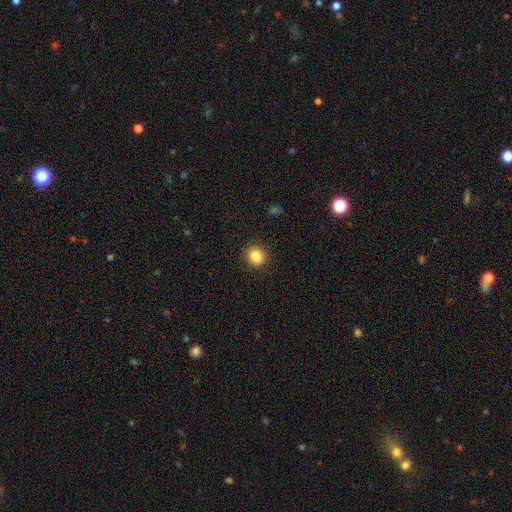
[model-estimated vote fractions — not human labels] smooth_or_featured: smooth (p=0.84) [alt: star or artifact p=0.10]
how_rounded: round (p=0.83) [alt: in between p=0.16]
merging: none (p=0.90) [alt: minor disturbance p=0.07]